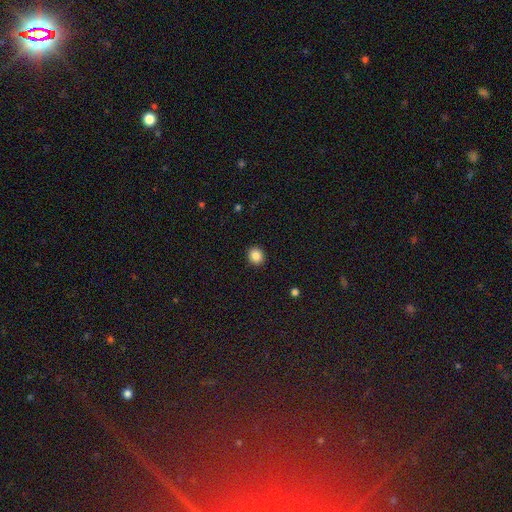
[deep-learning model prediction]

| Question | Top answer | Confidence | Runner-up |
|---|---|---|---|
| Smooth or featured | smooth | 86% | star or artifact (10%) |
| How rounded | round | 80% | in between (19%) |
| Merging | none | 92% | minor disturbance (5%) |